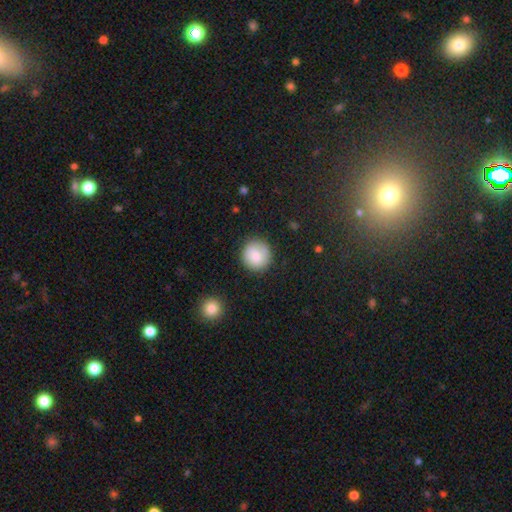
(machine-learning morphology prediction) Overall: smooth (84%). How rounded: round (92%). Merging: none (85%).